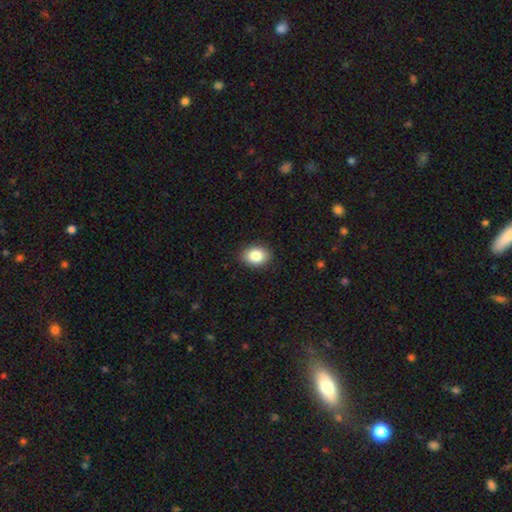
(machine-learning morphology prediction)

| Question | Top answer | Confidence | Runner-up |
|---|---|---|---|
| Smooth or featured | smooth | 85% | star or artifact (8%) |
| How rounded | in between | 66% | round (33%) |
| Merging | none | 89% | minor disturbance (8%) |